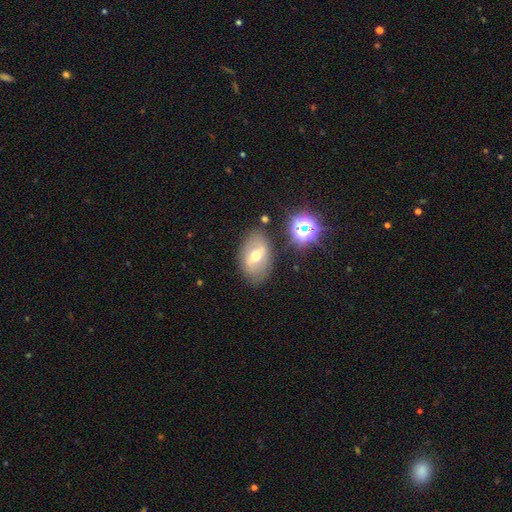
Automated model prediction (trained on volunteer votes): Smooth or featured? Predicted: featured or disk (p=0.53). Edge-on disk? Predicted: no (p=0.90). Merging? Predicted: none (p=0.78).